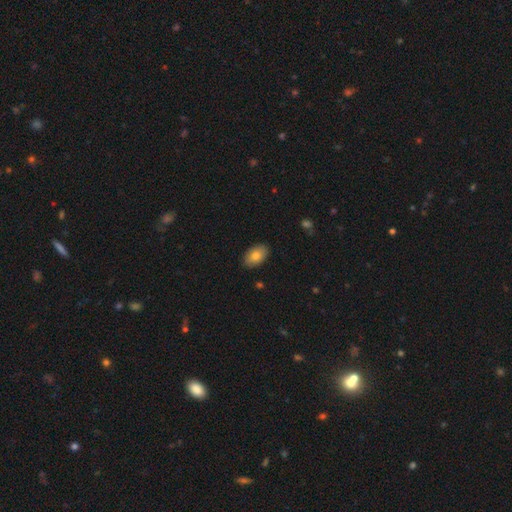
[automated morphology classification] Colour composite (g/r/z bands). It shows a smooth galaxy with no disk features (81%) that is in between round and cigar-shaped (92%). Merging: none (88%).